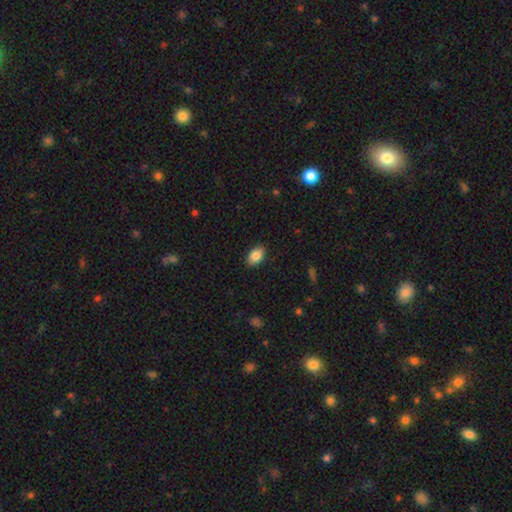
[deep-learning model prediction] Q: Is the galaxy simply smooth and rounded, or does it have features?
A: smooth — 86%.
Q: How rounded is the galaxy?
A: in between — 90%.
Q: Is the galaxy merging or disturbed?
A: none — 88%.